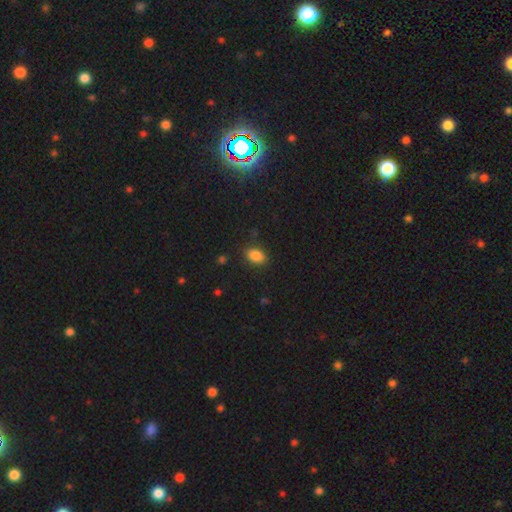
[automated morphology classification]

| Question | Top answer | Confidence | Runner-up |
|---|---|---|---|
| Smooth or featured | smooth | 86% | star or artifact (10%) |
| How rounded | in between | 81% | round (17%) |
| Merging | none | 85% | minor disturbance (11%) |